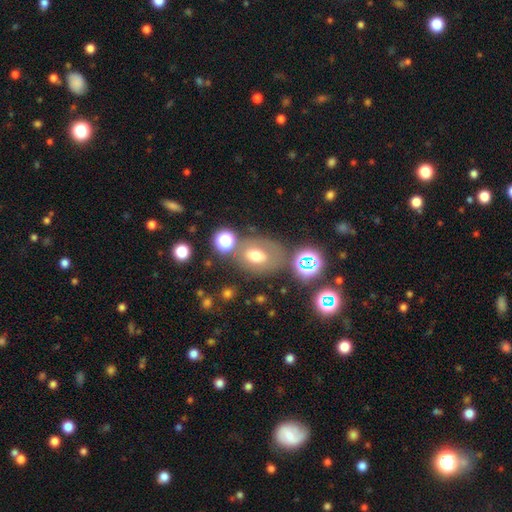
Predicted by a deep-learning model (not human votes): The model was most divided on "how rounded": in between: 63%, round: 36%, cigar-shaped: 1%. More confident: merging — none (60%); smooth or featured — smooth (55%).